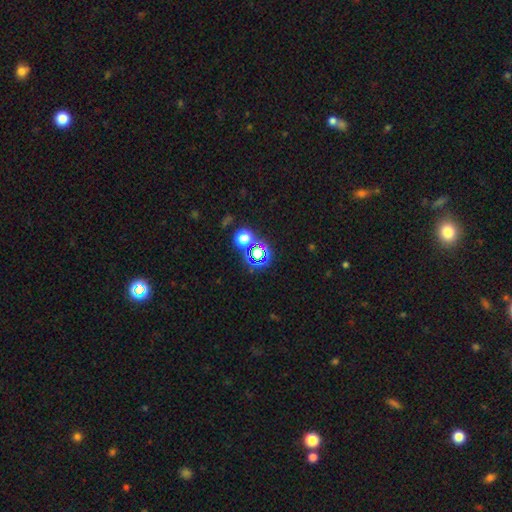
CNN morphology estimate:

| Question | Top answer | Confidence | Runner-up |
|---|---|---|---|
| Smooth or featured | star or artifact | 69% | smooth (23%) |